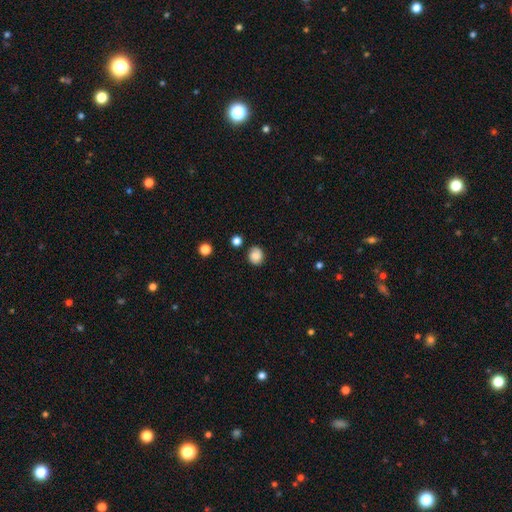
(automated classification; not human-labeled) Smooth or featured?
  - smooth: 80% *
  - star or artifact: 10%
  - featured or disk: 9%
How rounded?
  - round: 72% *
  - in between: 27%
  - cigar-shaped: 1%
Merging?
  - none: 78% *
  - minor disturbance: 15%
  - major disturbance: 4%
  - merger: 3%